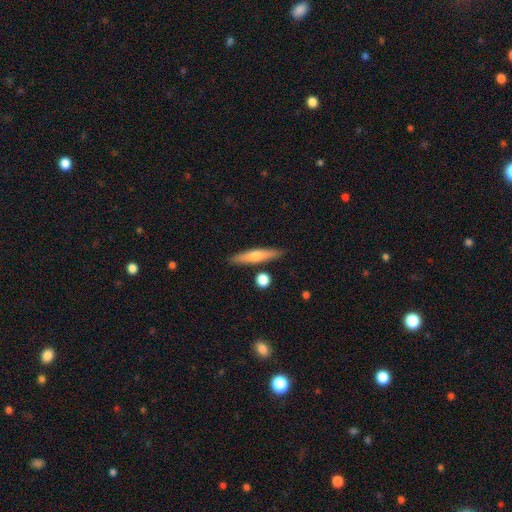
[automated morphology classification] A smooth galaxy with no disk features (55%) that is cigar-shaped (88%).

Vote fractions:
- Smooth or featured? smooth: 55% / featured or disk: 39% / star or artifact: 6%
- How rounded? cigar-shaped: 88% / in between: 10% / round: 2%
- Merging? none: 86% / minor disturbance: 8% / merger: 4% / major disturbance: 2%